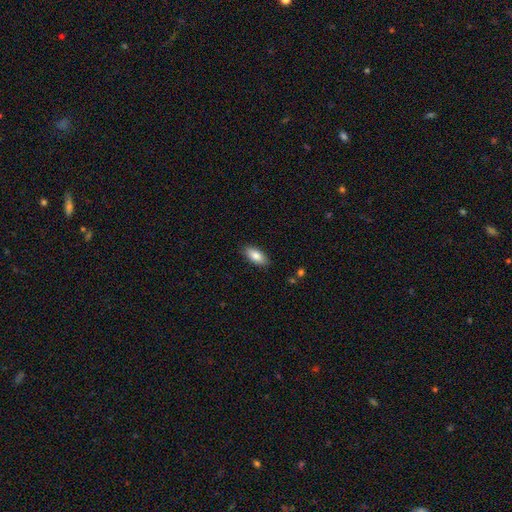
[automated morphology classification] Smooth or featured: smooth — 83% (featured or disk — 11%)
How rounded: in between — 86% (cigar-shaped — 12%)
Merging: none — 88% (minor disturbance — 9%)